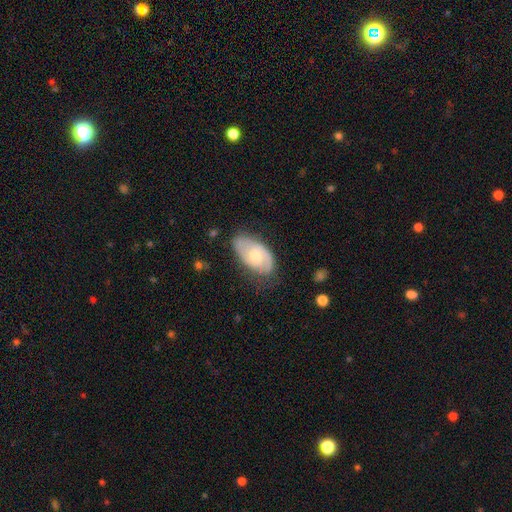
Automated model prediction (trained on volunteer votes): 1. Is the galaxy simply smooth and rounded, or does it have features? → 68% featured or disk, 26% smooth, 5% star or artifact.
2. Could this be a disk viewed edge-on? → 94% no, 6% yes.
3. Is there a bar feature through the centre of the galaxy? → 64% no, 32% weak, 4% strong.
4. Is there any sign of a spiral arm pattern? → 86% yes, 14% no.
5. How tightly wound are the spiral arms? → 44% tight, 42% medium, 15% loose.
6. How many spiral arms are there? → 68% 2, 18% can't tell, 8% 1, 3% 3, 1% 4, 1% more than 4.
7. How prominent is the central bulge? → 65% moderate, 27% small, 5% large, 2% none, 1% dominant.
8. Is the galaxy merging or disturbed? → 68% none, 24% minor disturbance, 7% major disturbance, 1% merger.